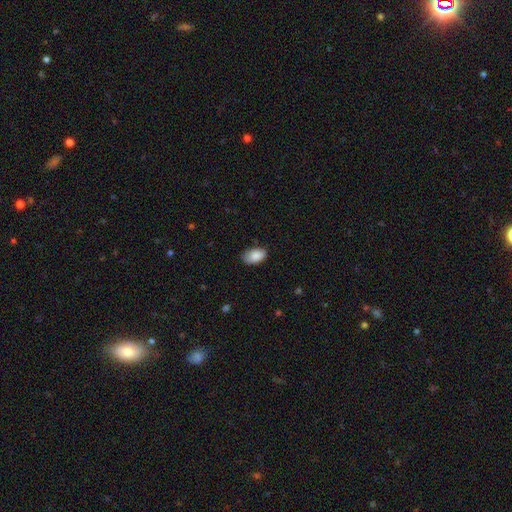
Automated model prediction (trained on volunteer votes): Smooth or featured?
  - smooth: 88% *
  - star or artifact: 7%
  - featured or disk: 6%
How rounded?
  - in between: 93% *
  - round: 6%
  - cigar-shaped: 1%
Merging?
  - none: 76% *
  - minor disturbance: 20%
  - major disturbance: 3%
  - merger: 1%